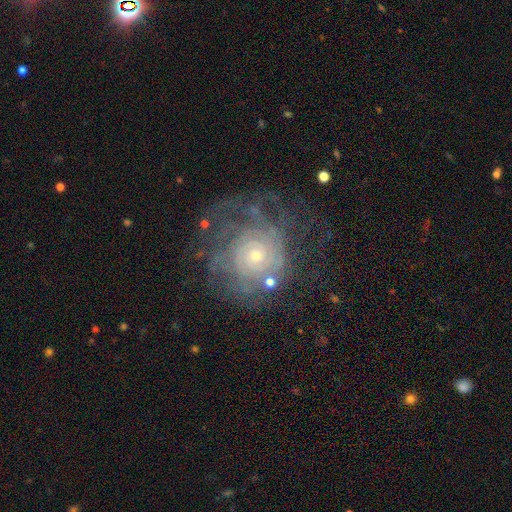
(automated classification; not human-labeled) featured or disk 76%, smooth 14%, star or artifact 10%. Down the decision tree: edge-on disk — no (97%); bar — no (84%); spiral arms — yes (85%); spiral arm count — can't tell (53%); spiral winding — tight (71%); bulge size — small (68%); merging — none (59%).